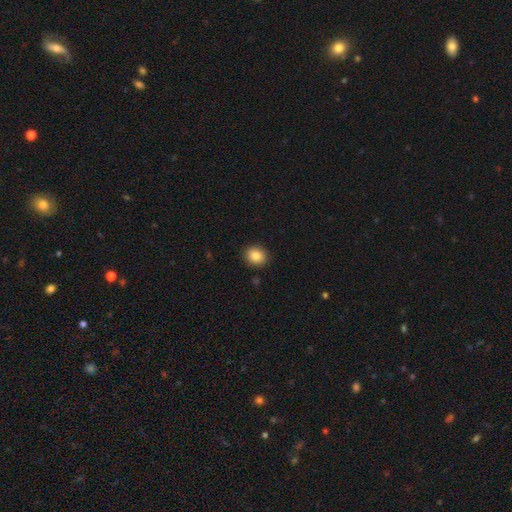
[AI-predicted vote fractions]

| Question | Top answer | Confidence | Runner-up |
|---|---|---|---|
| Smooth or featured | smooth | 86% | star or artifact (9%) |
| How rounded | round | 66% | in between (33%) |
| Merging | none | 90% | minor disturbance (7%) |